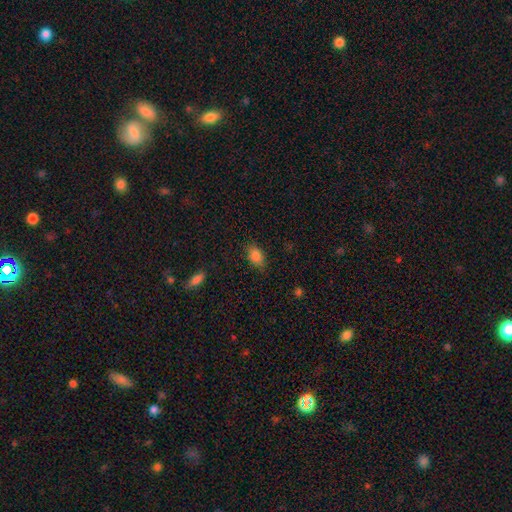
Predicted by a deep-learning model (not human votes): This is clearly a smooth galaxy (84%). How rounded: clearly in between (84%). Merging: clearly none (80%).